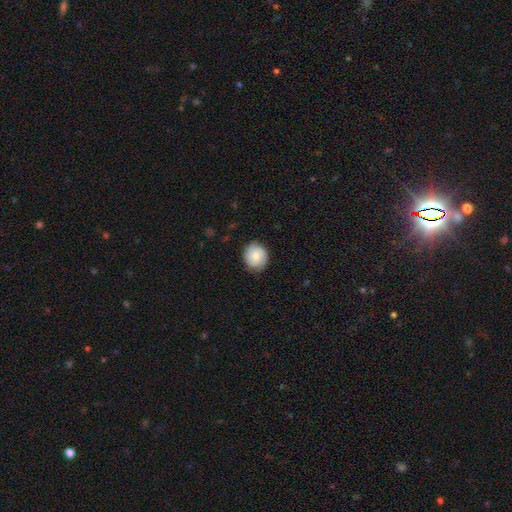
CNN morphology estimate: The model was most divided on "smooth or featured": smooth: 71%, featured or disk: 22%, star or artifact: 7%. More confident: merging — none (81%); how rounded — round (81%).